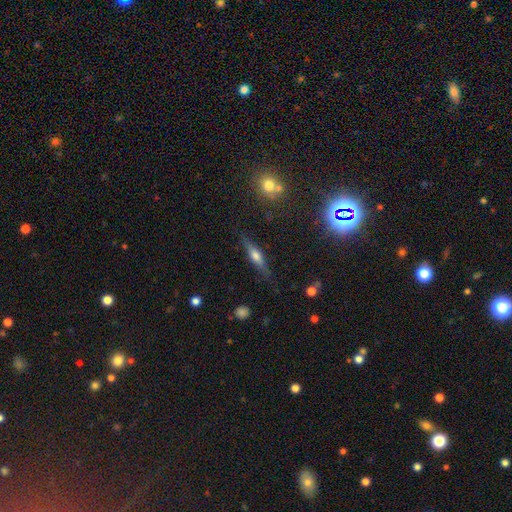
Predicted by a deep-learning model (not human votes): smooth-or-featured: featured or disk: 55% | smooth: 36% | star or artifact: 9%
  disk-edge-on: yes: 93% | no: 7%
    edge-on-bulge: rounded: 81% | boxy: 13% | none: 7%
  merging: none: 82% | minor disturbance: 13% | major disturbance: 3% | merger: 2%